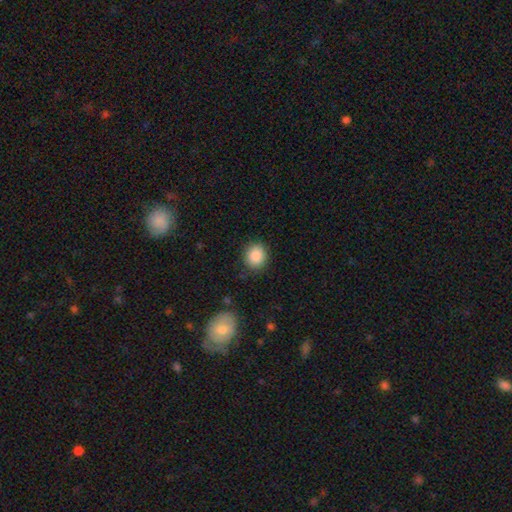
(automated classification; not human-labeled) Morphology: type=smooth (88%); roundness=round (72%); merging=none (85%).